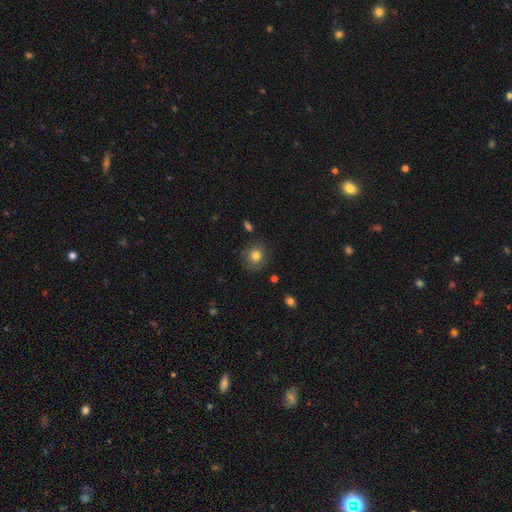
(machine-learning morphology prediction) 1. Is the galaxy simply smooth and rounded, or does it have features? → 81% smooth, 11% star or artifact, 8% featured or disk.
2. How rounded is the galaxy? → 84% round, 15% in between, 1% cigar-shaped.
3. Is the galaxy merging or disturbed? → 84% none, 11% minor disturbance, 3% major disturbance, 2% merger.